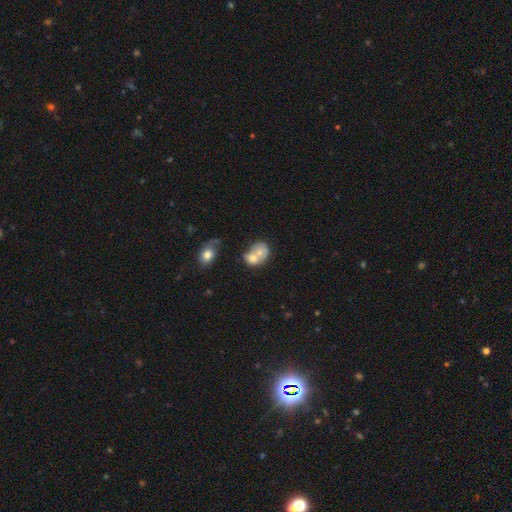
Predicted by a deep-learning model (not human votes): Morphology: type=smooth (64%); roundness=in between (51%); merging=merger (66%).